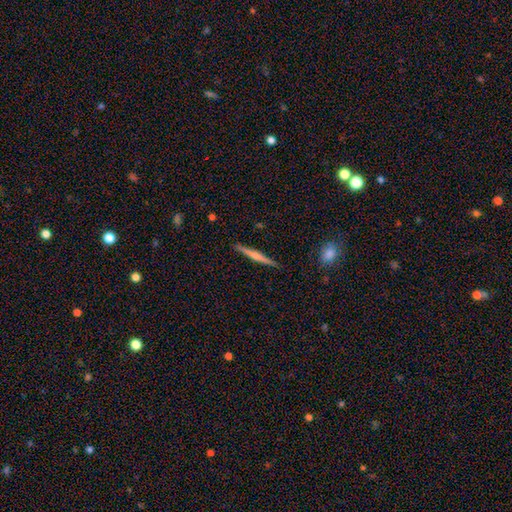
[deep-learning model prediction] smooth_or_featured: featured or disk (p=0.56) [alt: smooth p=0.38]
disk_edge_on: yes (p=0.98) [alt: no p=0.02]
edge_on_bulge: rounded (p=0.53) [alt: none p=0.34]
merging: none (p=0.91) [alt: minor disturbance p=0.06]